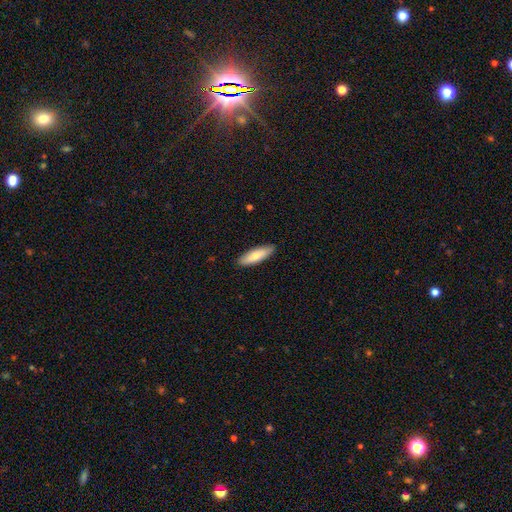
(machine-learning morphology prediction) Q: Smooth or featured?
A: smooth (79%); runner-up: featured or disk (16%)
Q: How rounded?
A: cigar-shaped (51%); runner-up: in between (47%)
Q: Merging?
A: none (89%); runner-up: minor disturbance (9%)